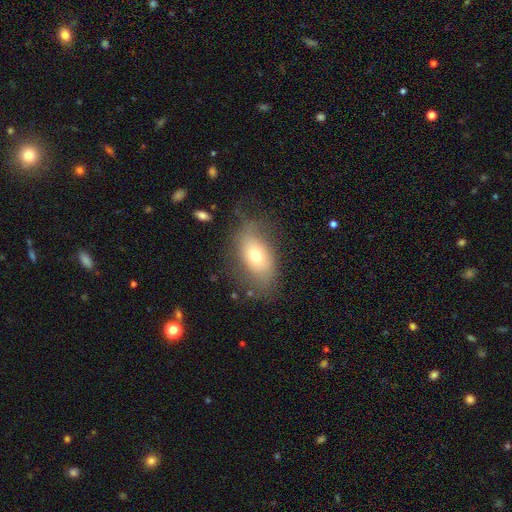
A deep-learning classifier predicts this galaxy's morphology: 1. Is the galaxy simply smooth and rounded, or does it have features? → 64% smooth, 27% featured or disk, 9% star or artifact.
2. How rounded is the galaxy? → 89% in between, 8% round, 3% cigar-shaped.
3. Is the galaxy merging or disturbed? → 64% none, 23% minor disturbance, 11% major disturbance, 2% merger.